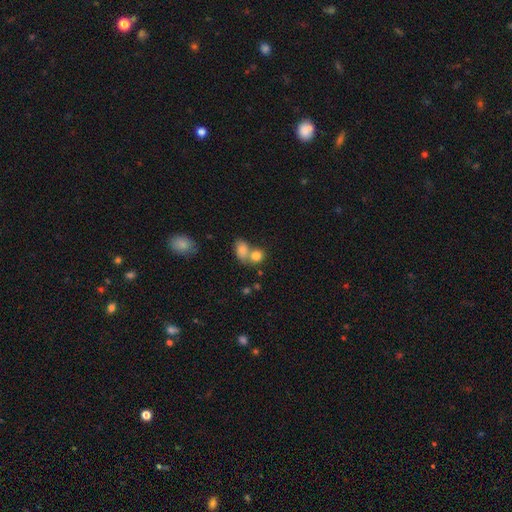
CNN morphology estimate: Smooth or featured? smooth (82%)
How rounded? round (64%)
Merging? merger (54%)